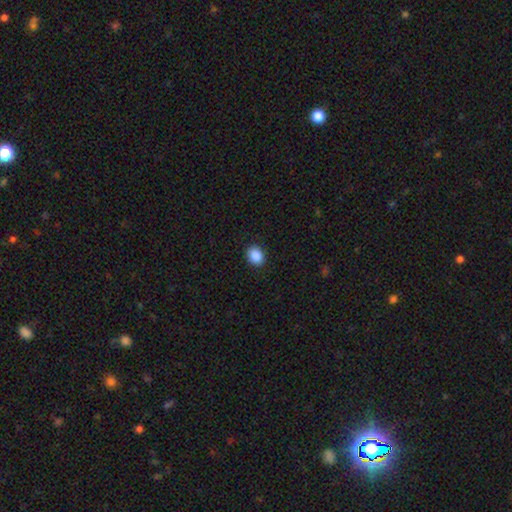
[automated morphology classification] Smooth or featured? Predicted: smooth (p=0.89). How rounded? Predicted: round (p=0.54). Merging? Predicted: none (p=0.91).